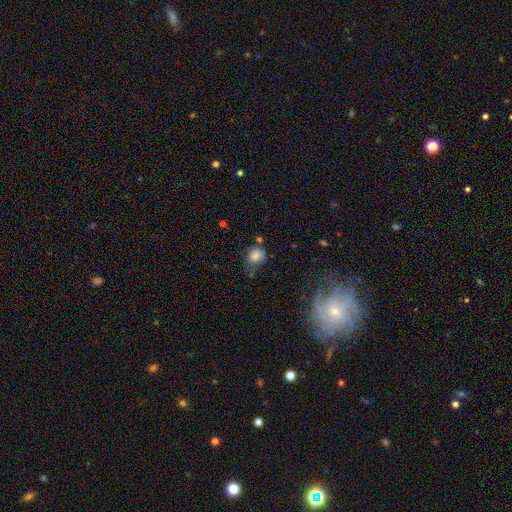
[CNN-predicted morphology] A smooth galaxy with no disk features (73%) that is in between round and cigar-shaped (50%). Merging: none (40%).